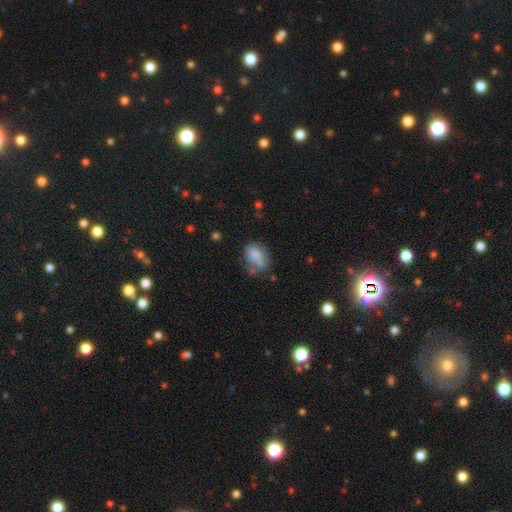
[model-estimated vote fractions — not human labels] Morphology: type=smooth (71%); roundness=in between (71%); merging=none (38%).